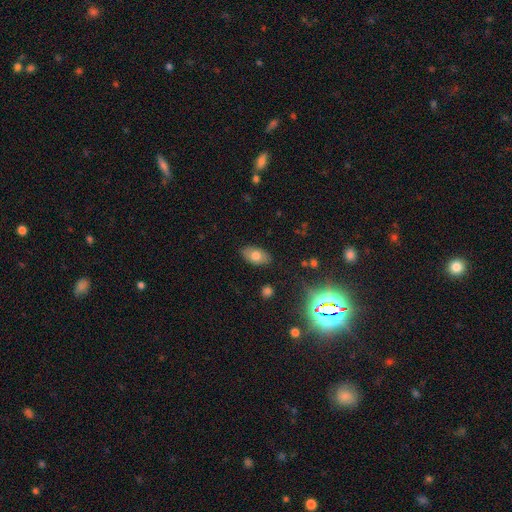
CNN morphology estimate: smooth-or-featured: smooth: 73% | featured or disk: 17% | star or artifact: 10%
  how-rounded: in between: 92% | round: 6% | cigar-shaped: 2%
  merging: none: 85% | minor disturbance: 11% | major disturbance: 2% | merger: 1%